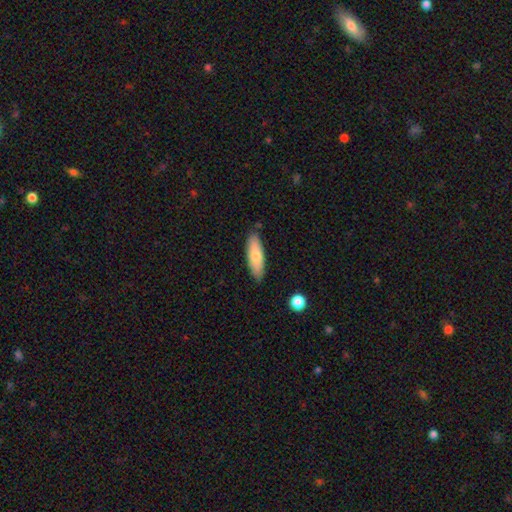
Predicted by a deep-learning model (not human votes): smooth_or_featured: smooth (p=0.74) [alt: featured or disk p=0.20]
how_rounded: in between (p=0.53) [alt: cigar-shaped p=0.45]
merging: none (p=0.82) [alt: minor disturbance p=0.14]